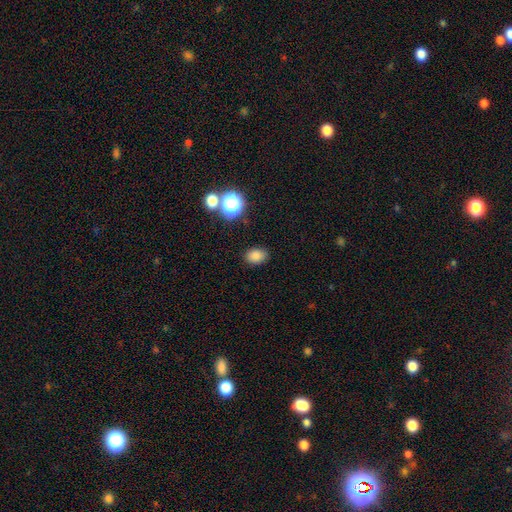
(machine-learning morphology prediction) A smooth galaxy with no disk features (82%) that is in between round and cigar-shaped (71%). Merging: none (85%).